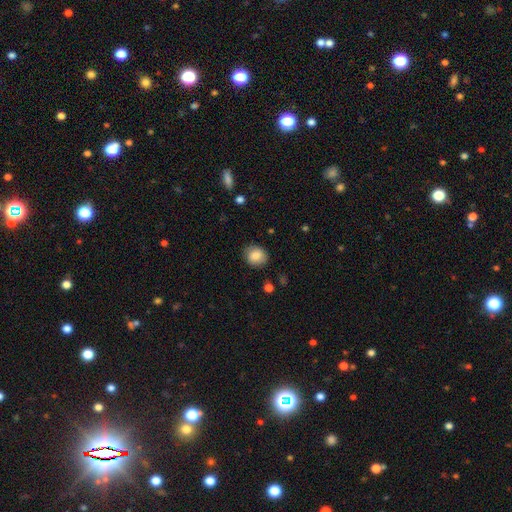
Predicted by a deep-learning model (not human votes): smooth 83%, featured or disk 9%, star or artifact 8%. Down the decision tree: how rounded — round (73%); merging — none (84%).